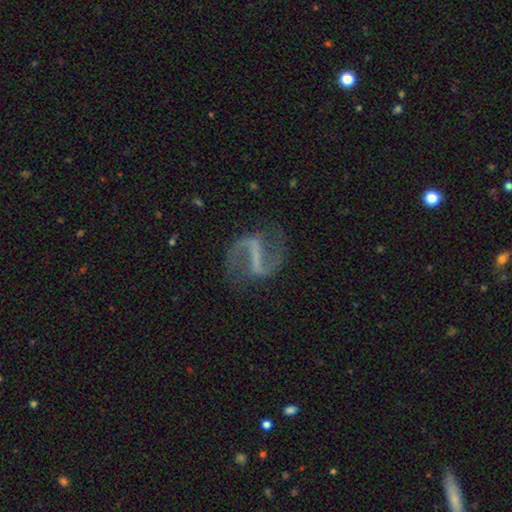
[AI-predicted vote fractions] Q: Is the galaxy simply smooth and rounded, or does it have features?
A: featured or disk — 90%.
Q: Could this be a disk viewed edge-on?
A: no — 98%.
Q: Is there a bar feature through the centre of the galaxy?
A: strong — 68%.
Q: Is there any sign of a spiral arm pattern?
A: yes — 96%.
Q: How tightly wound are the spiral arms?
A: loose — 53%.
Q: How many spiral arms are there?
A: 2 — 94%.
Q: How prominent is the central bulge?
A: none — 63%.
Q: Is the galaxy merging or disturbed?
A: none — 80%.